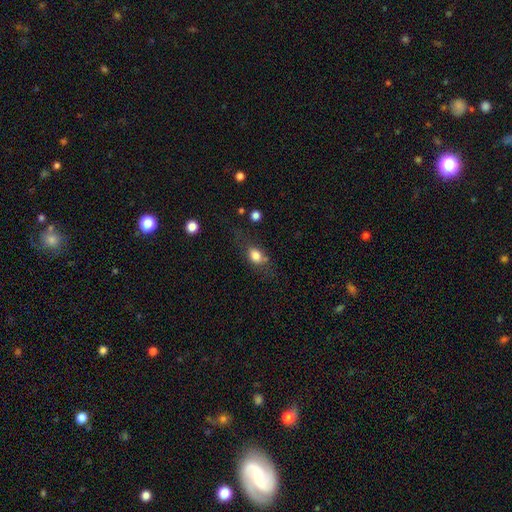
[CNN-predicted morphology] A smooth galaxy with no disk features (77%) that is in between round and cigar-shaped (66%).

Vote fractions:
- Smooth or featured? smooth: 77% / featured or disk: 14% / star or artifact: 9%
- How rounded? in between: 66% / round: 28% / cigar-shaped: 6%
- Merging? none: 55% / minor disturbance: 25% / major disturbance: 15% / merger: 5%